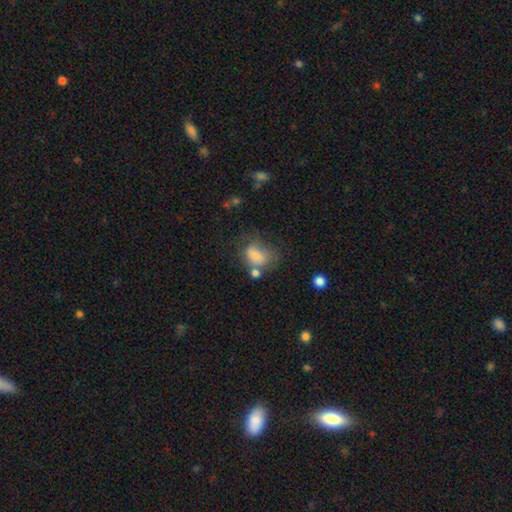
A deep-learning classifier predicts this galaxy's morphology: type=smooth (68%); roundness=in between (61%); merging=none (35%).